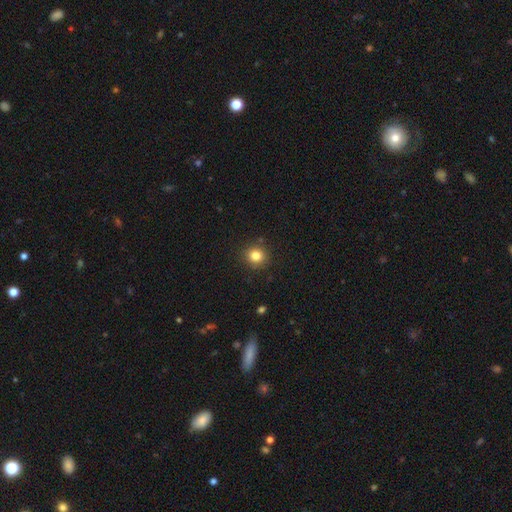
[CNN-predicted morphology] A smooth galaxy with no disk features (82%) that is round (87%). Merging: none (88%).